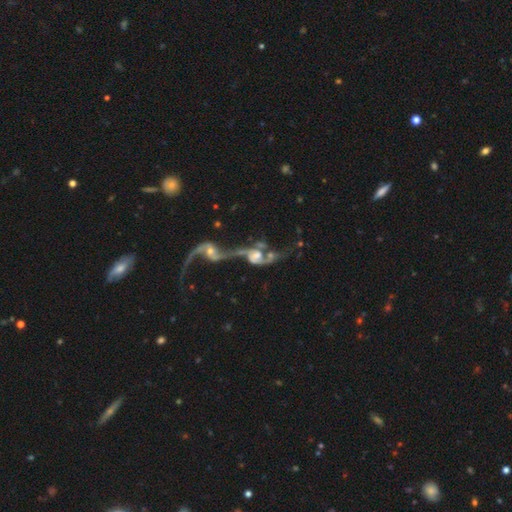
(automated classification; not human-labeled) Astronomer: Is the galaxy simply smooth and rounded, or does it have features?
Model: featured or disk — 82%.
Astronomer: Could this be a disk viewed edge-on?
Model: no — 95%.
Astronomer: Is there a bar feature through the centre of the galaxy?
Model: no — 54% (runner-up: weak, 34%).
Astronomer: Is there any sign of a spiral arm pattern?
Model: yes — 88%.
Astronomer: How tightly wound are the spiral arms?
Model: loose — 75%.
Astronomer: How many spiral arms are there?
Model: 2 — 81%.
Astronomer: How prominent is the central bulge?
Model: moderate — 46% (runner-up: small, 27%).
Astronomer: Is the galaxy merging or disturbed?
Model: merger — 80%.